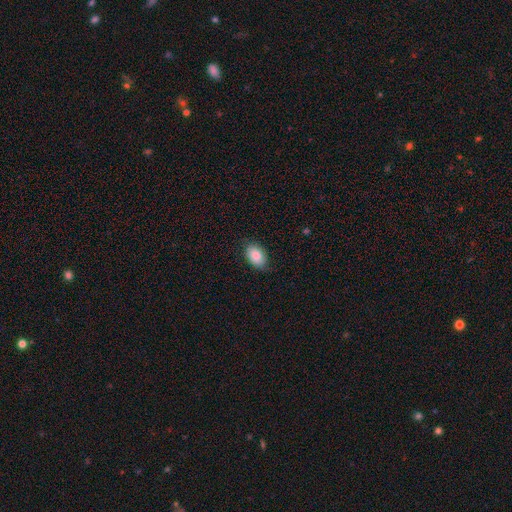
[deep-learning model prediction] This is clearly a smooth galaxy (85%). How rounded: clearly in between (89%). Merging: likely none (77%).